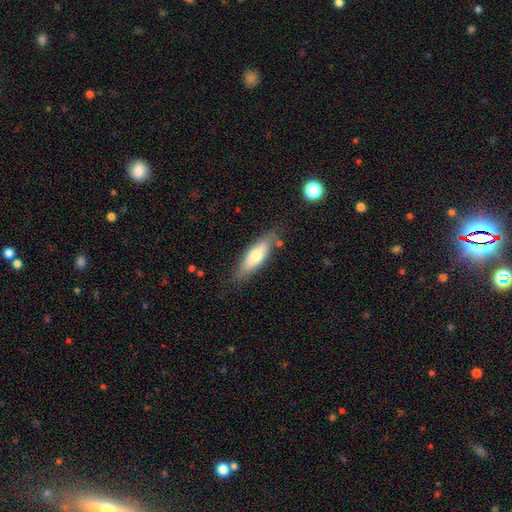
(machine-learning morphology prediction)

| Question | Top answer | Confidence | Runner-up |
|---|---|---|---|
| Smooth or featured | smooth | 64% | featured or disk (30%) |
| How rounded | cigar-shaped | 57% | in between (41%) |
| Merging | none | 79% | minor disturbance (15%) |